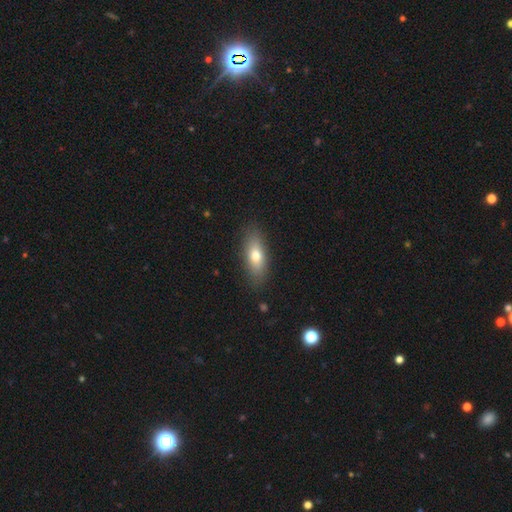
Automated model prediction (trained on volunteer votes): A smooth galaxy with no disk features (73%) that is in between round and cigar-shaped (73%).

Vote fractions:
- Smooth or featured? smooth: 73% / featured or disk: 20% / star or artifact: 8%
- How rounded? in between: 73% / cigar-shaped: 22% / round: 5%
- Merging? none: 85% / minor disturbance: 11% / major disturbance: 3% / merger: 1%